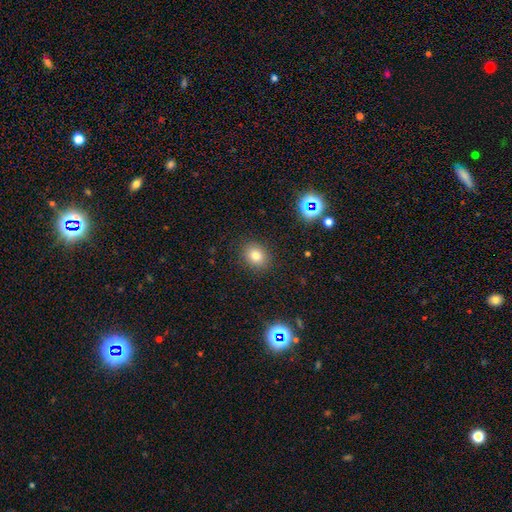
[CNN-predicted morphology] Overall: smooth (77%). How rounded: round (65%; in between 34%). Merging: none (88%).